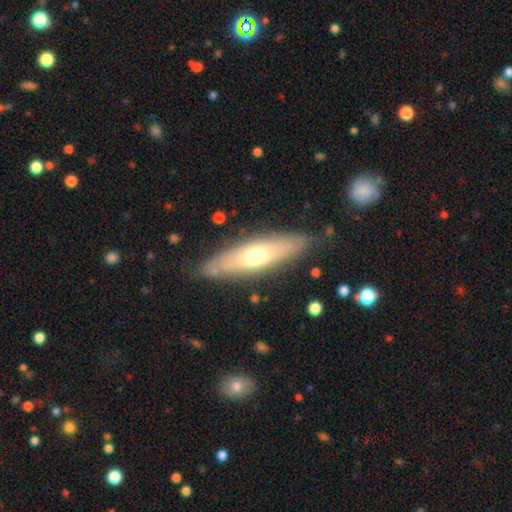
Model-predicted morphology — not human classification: A smooth galaxy with no disk features (53%) that is cigar-shaped (58%). Merging: none (81%).